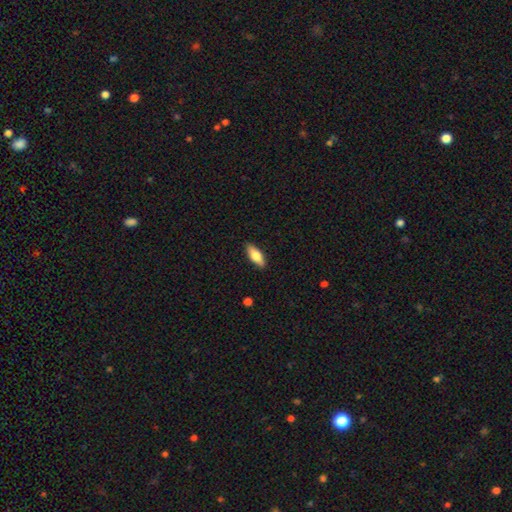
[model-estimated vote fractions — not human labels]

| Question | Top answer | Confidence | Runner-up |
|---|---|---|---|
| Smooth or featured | smooth | 71% | featured or disk (23%) |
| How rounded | in between | 71% | cigar-shaped (26%) |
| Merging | none | 89% | minor disturbance (8%) |